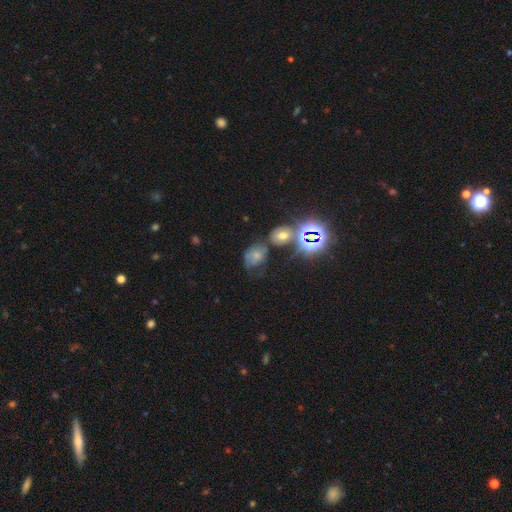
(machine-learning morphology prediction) Smooth or featured?
  - smooth: 49% *
  - star or artifact: 28%
  - featured or disk: 23%
Merging?
  - none: 41% *
  - minor disturbance: 25%
  - merger: 18%
  - major disturbance: 16%